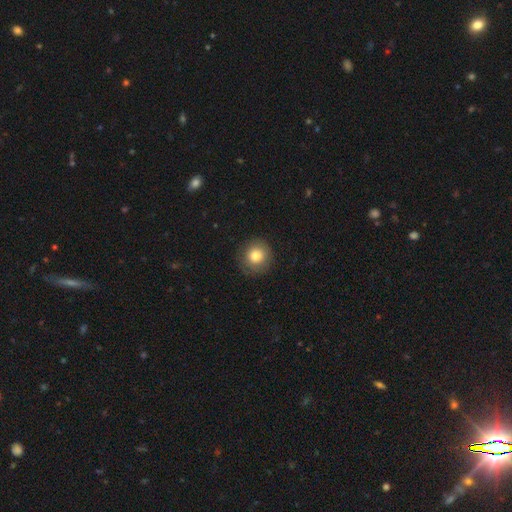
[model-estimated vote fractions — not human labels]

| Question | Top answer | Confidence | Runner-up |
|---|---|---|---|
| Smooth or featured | smooth | 81% | star or artifact (10%) |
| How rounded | round | 92% | in between (7%) |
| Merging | none | 87% | minor disturbance (9%) |